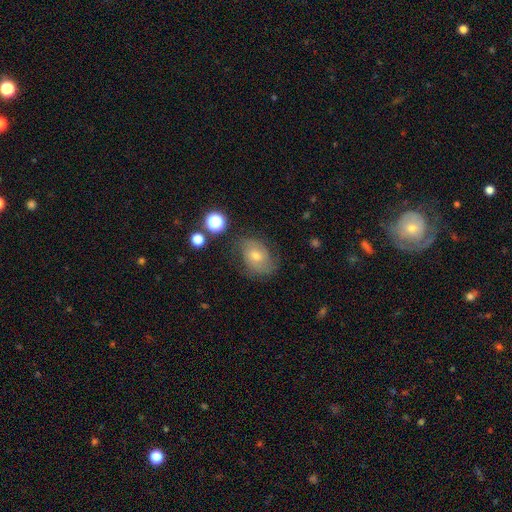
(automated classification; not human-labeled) Morphology: type=featured or disk (49%); merging=none (69%).